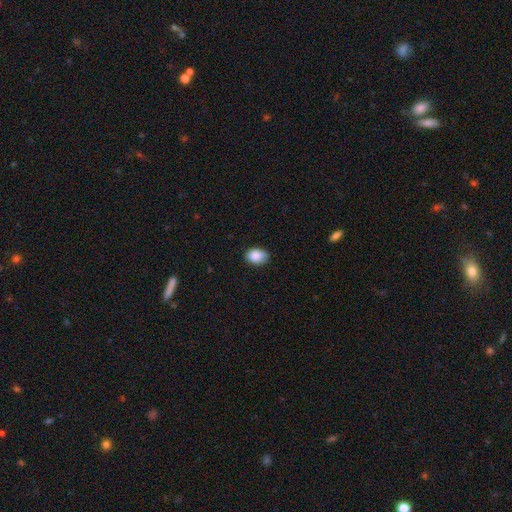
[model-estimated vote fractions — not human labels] Smooth or featured: smooth — 88% (star or artifact — 7%)
How rounded: in between — 80% (round — 19%)
Merging: none — 81% (minor disturbance — 15%)